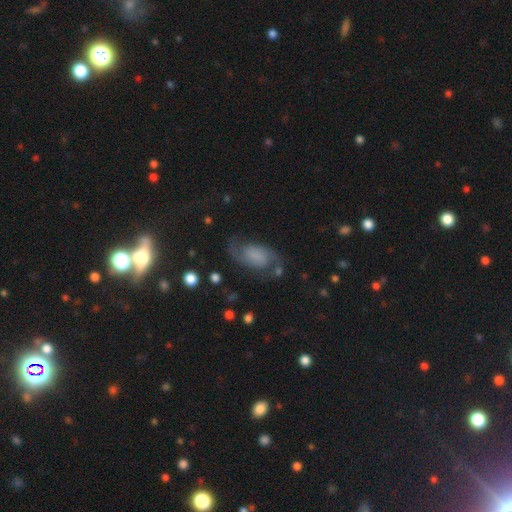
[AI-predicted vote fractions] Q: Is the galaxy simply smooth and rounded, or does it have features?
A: featured or disk — 72%.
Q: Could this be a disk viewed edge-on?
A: no — 97%.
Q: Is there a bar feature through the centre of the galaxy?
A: no — 57%.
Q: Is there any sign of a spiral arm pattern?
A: yes — 95%.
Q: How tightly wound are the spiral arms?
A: medium — 47%.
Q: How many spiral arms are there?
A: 2 — 92%.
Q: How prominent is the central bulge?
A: none — 49%.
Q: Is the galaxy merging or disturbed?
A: none — 68%.